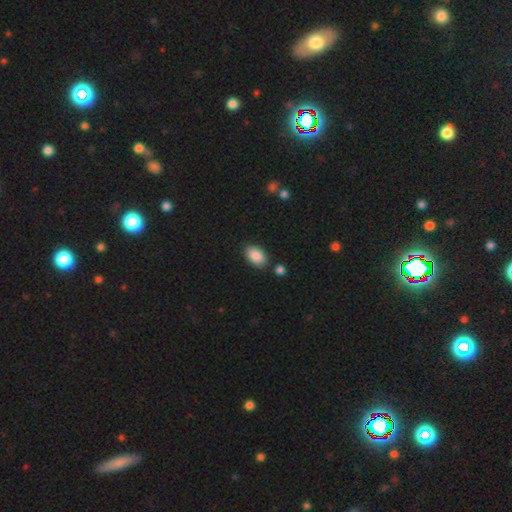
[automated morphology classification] Q: Smooth or featured?
A: smooth (89%); runner-up: star or artifact (7%)
Q: How rounded?
A: in between (93%); runner-up: round (5%)
Q: Merging?
A: none (83%); runner-up: minor disturbance (10%)